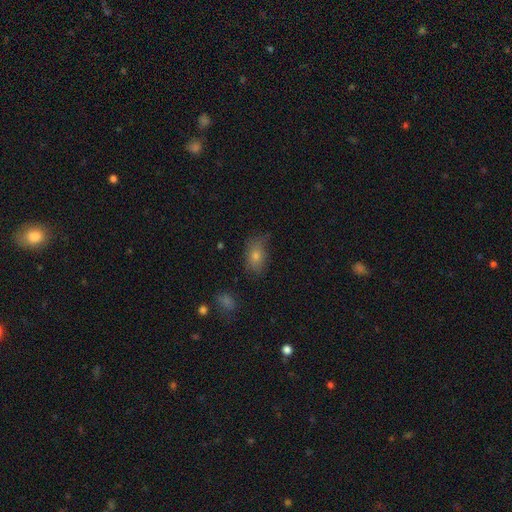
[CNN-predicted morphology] Overall: smooth (71%). How rounded: in between (83%). Merging: none (65%; minor disturbance 26%).